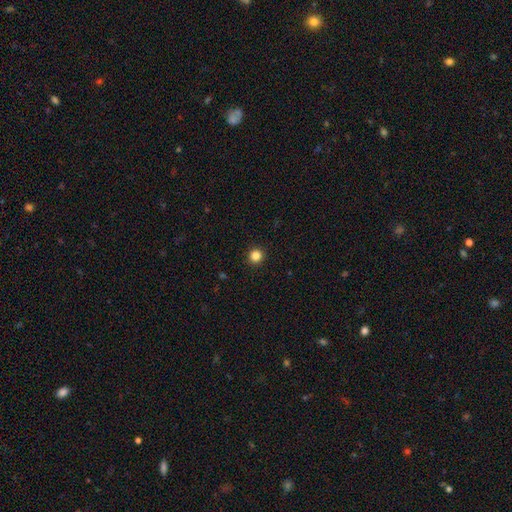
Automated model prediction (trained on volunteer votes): Smooth or featured? Predicted: smooth (p=0.84). How rounded? Predicted: round (p=0.95). Merging? Predicted: none (p=0.93).